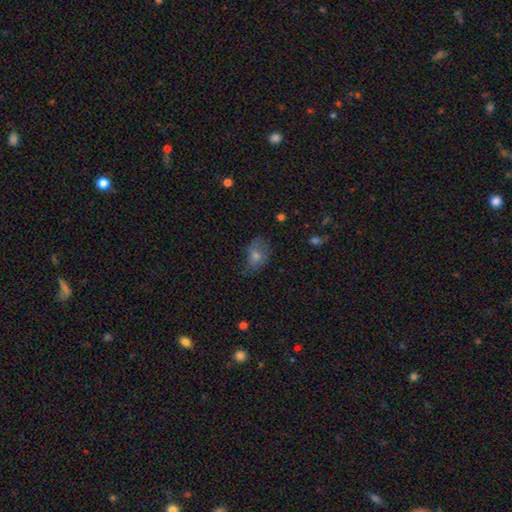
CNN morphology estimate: Overall: smooth (64%). How rounded: in between (74%). Merging: none (56%; minor disturbance 30%).